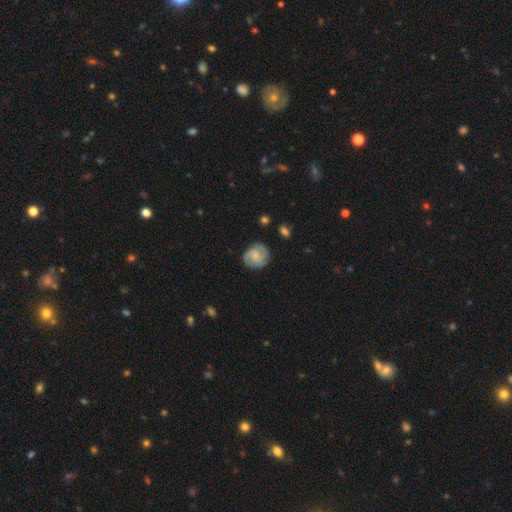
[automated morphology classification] The model was most divided on "spiral arm count": 2: 37%, 3: 33%, can't tell: 17%, 4: 5%, 1: 4%, more than 4: 3%. More confident: edge-on disk — no (98%); spiral arms — yes (93%); merging — none (80%); bar — no (64%); smooth or featured — featured or disk (64%); bulge size — small (54%); spiral winding — tight (50%).